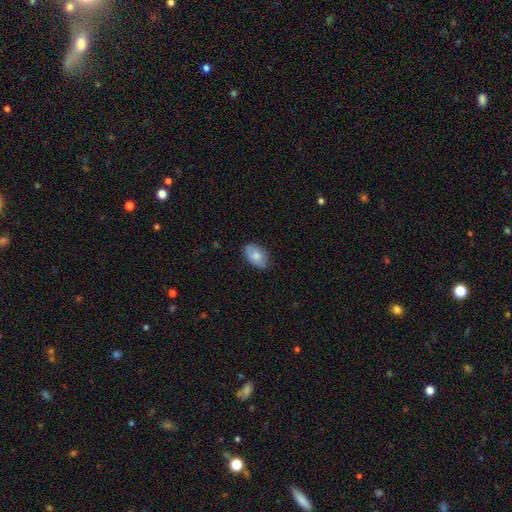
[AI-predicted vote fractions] A smooth galaxy with no disk features (74%) that is in between round and cigar-shaped (92%). Merging: none (75%).